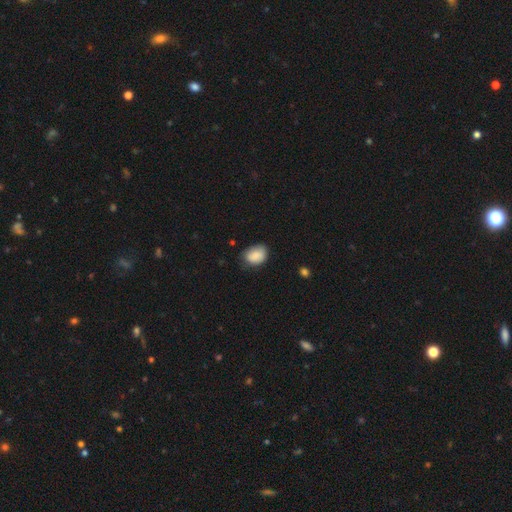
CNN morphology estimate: Q: Smooth or featured?
A: smooth (86%); runner-up: star or artifact (7%)
Q: How rounded?
A: in between (70%); runner-up: round (29%)
Q: Merging?
A: none (64%); runner-up: minor disturbance (29%)